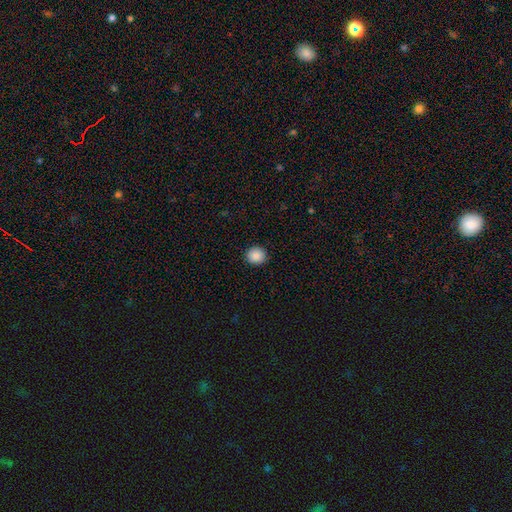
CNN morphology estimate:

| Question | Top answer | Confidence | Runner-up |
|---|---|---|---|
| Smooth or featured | smooth | 88% | star or artifact (9%) |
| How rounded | round | 89% | in between (10%) |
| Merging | none | 92% | minor disturbance (6%) |